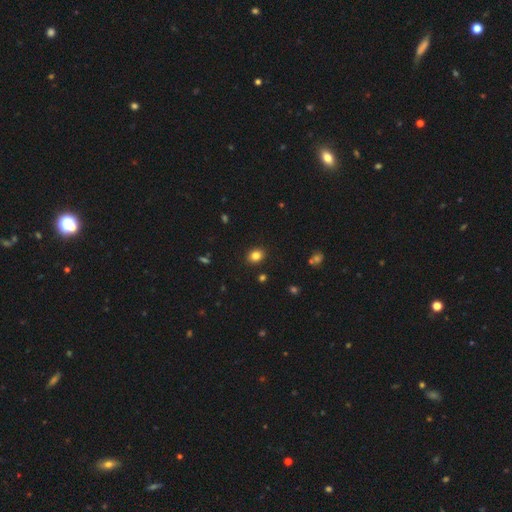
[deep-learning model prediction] smooth 83%, star or artifact 12%, featured or disk 6%. Down the decision tree: how rounded — round (57%); merging — none (90%).